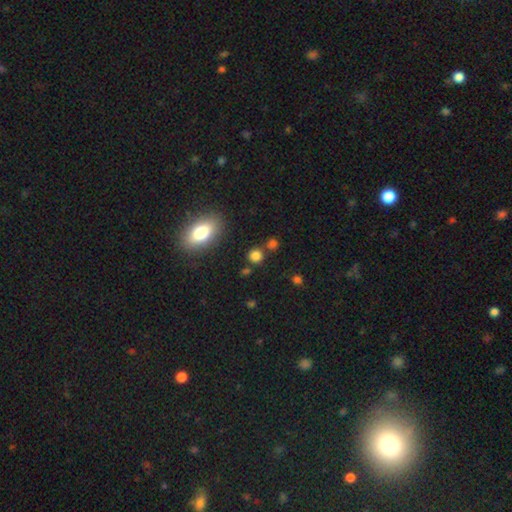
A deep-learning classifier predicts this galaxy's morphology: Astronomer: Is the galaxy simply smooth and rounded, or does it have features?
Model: smooth — 80%.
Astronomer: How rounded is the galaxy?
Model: round — 85%.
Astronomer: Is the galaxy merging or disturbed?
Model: none — 77%.